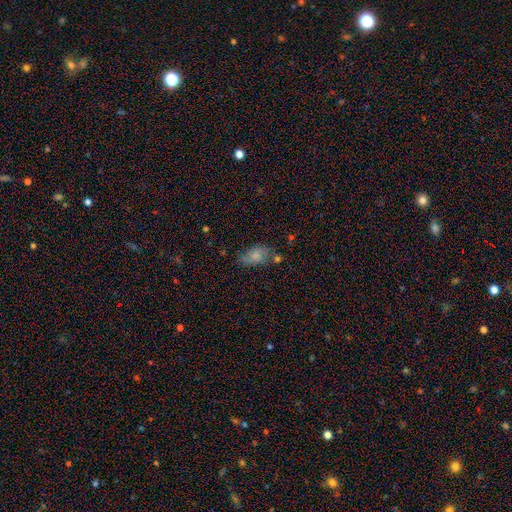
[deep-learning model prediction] smooth-or-featured: smooth: 65% | featured or disk: 25% | star or artifact: 10%
  how-rounded: in between: 90% | round: 6% | cigar-shaped: 4%
  merging: none: 56% | minor disturbance: 26% | merger: 9% | major disturbance: 9%